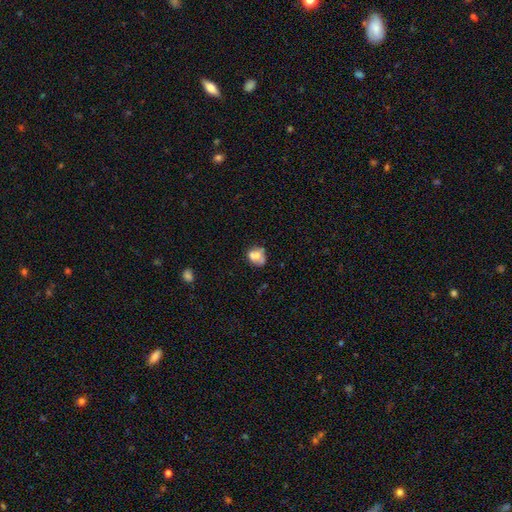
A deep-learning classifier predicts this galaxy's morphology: smooth-or-featured: smooth: 63% | featured or disk: 26% | star or artifact: 11%
  how-rounded: round: 58% | in between: 41% | cigar-shaped: 1%
  merging: none: 40% | merger: 24% | minor disturbance: 24% | major disturbance: 12%